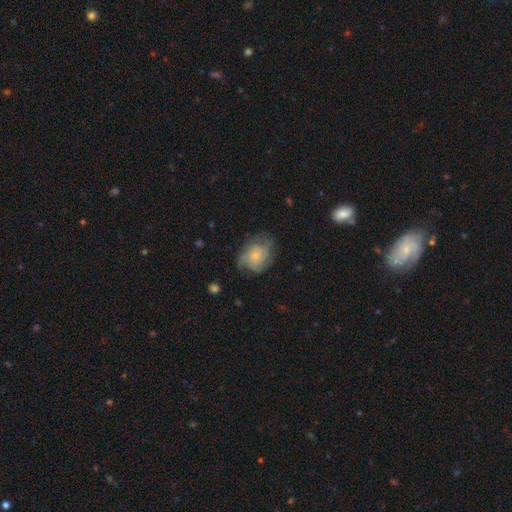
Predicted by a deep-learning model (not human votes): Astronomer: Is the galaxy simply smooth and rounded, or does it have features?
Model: featured or disk — 66%.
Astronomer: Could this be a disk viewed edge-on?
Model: no — 98%.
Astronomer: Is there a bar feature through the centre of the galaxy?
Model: no — 79%.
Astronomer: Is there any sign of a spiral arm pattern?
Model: yes — 90%.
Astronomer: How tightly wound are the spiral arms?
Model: tight — 43% (runner-up: medium, 40%).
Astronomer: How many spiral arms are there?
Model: can't tell — 33% (runner-up: 3, 24%).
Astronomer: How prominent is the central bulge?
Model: small — 68%.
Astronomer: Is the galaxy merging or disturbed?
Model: none — 62%.